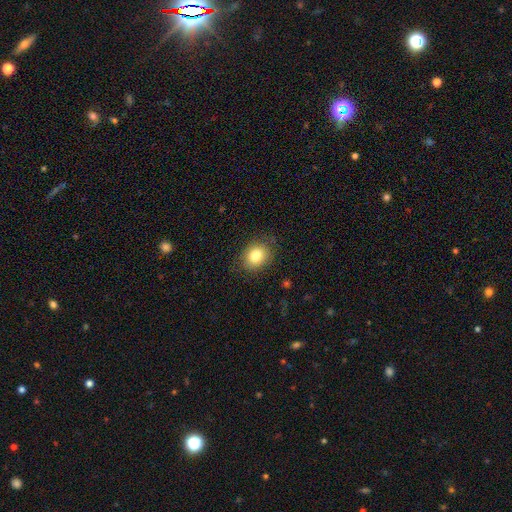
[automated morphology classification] Smooth or featured: smooth — 81% (star or artifact — 10%)
How rounded: round — 57% (in between — 42%)
Merging: none — 84% (minor disturbance — 12%)